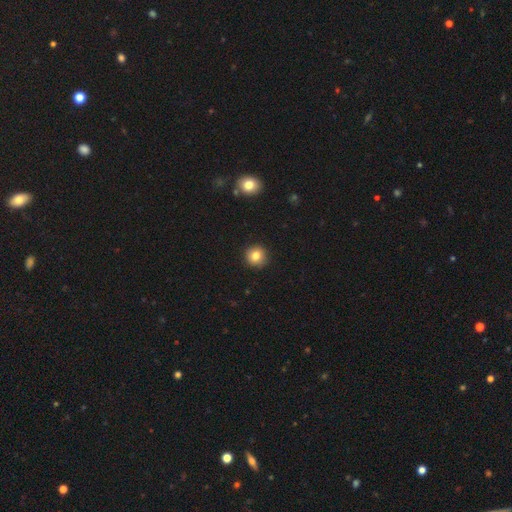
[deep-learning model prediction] Smooth or featured?
  - smooth: 82% *
  - star or artifact: 11%
  - featured or disk: 7%
How rounded?
  - round: 93% *
  - in between: 6%
  - cigar-shaped: 1%
Merging?
  - none: 92% *
  - minor disturbance: 5%
  - major disturbance: 2%
  - merger: 1%